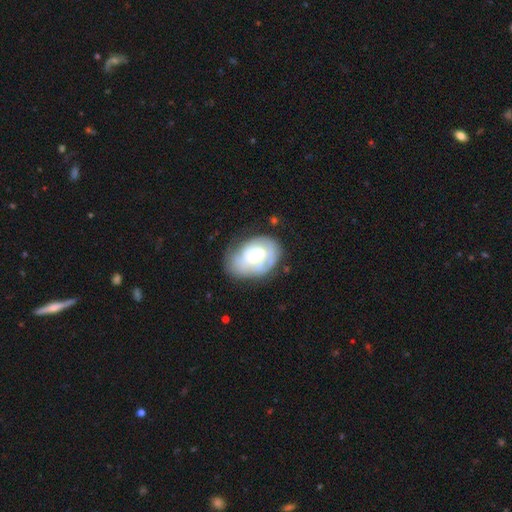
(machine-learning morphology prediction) This appears to be a featured or disk galaxy (65%) with no bar (47%), spiral arms (76%) and a moderate central bulge (56%). Merging: none (60%).